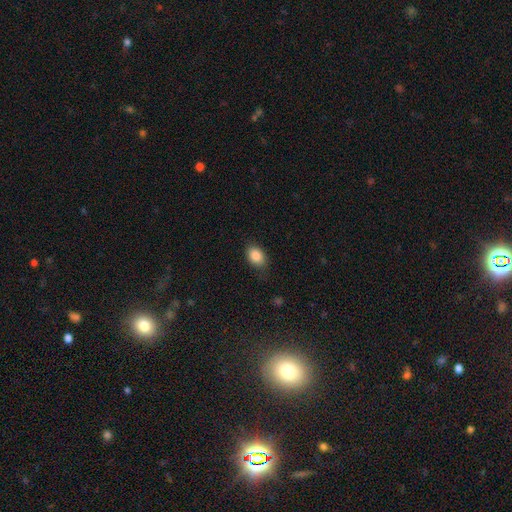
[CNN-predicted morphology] Smooth or featured? smooth (87%)
How rounded? in between (77%)
Merging? none (79%)